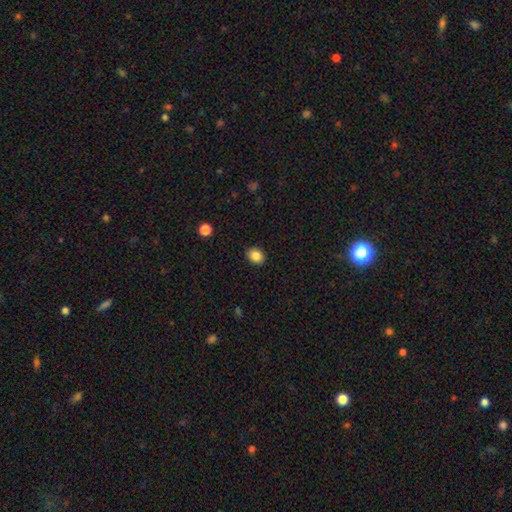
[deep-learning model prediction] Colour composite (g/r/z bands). It shows a smooth galaxy with no disk features (85%) that is in between round and cigar-shaped (55%). Merging: none (89%).